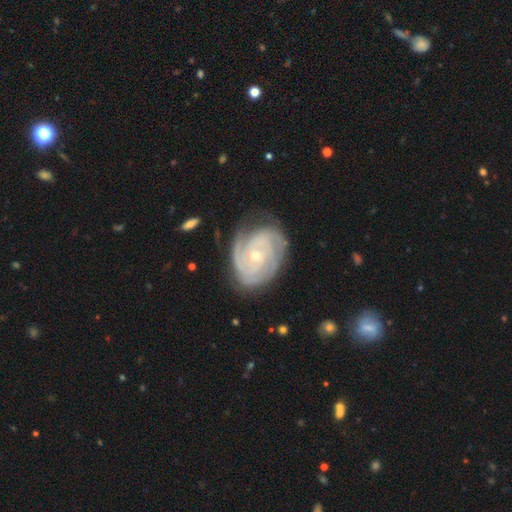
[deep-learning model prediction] Q: Smooth or featured?
A: featured or disk (87%); runner-up: smooth (8%)
Q: Edge-on disk?
A: no (97%); runner-up: yes (3%)
Q: Bar?
A: no (73%); runner-up: weak (21%)
Q: Spiral arms?
A: yes (97%); runner-up: no (3%)
Q: Spiral winding?
A: tight (74%); runner-up: medium (22%)
Q: Spiral arm count?
A: 2 (28%); runner-up: 3 (27%)
Q: Bulge size?
A: small (71%); runner-up: moderate (26%)
Q: Merging?
A: none (70%); runner-up: minor disturbance (21%)